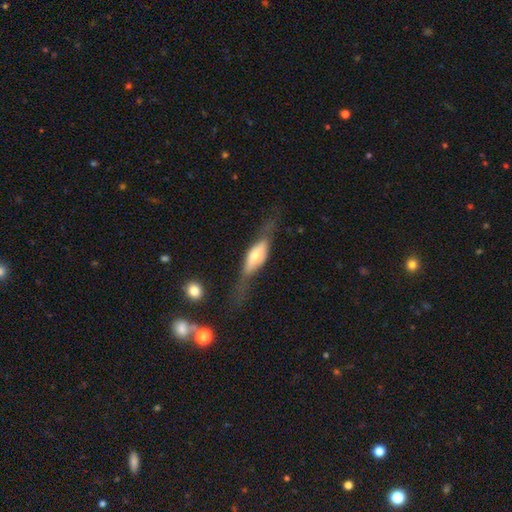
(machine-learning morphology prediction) Smooth or featured?
  - featured or disk: 64% *
  - smooth: 30%
  - star or artifact: 6%
Edge-on disk?
  - yes: 84% *
  - no: 16%
Edge-on bulge?
  - rounded: 79% *
  - boxy: 17%
  - none: 4%
Merging?
  - none: 57% *
  - minor disturbance: 22%
  - major disturbance: 18%
  - merger: 3%